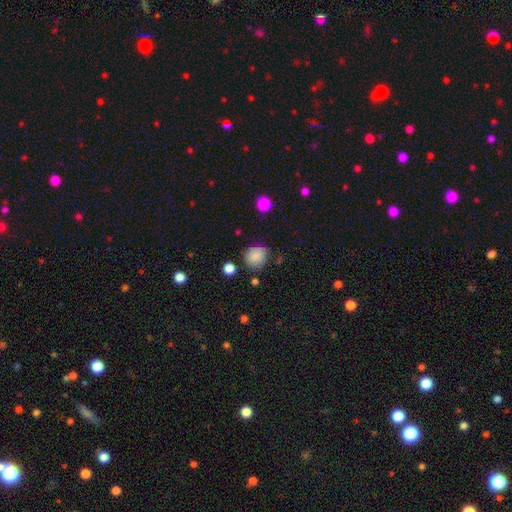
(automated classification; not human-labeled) Morphology: type=smooth (84%); roundness=round (77%); merging=none (69%).